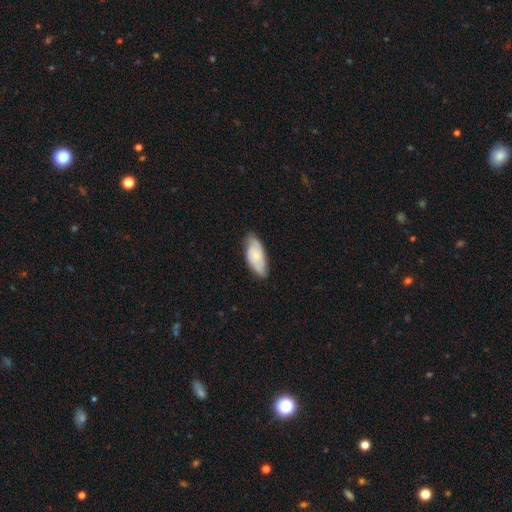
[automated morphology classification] The model was most divided on "smooth or featured": smooth: 52%, featured or disk: 42%, star or artifact: 6%. More confident: how rounded — in between (82%); merging — none (71%).